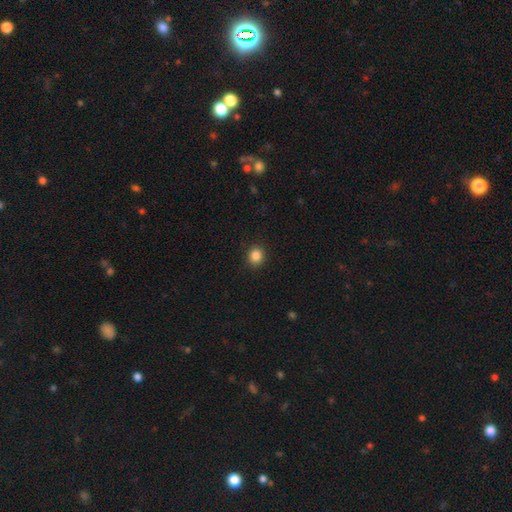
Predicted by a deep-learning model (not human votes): This is clearly a smooth galaxy (86%). How rounded: clearly round (83%). Merging: clearly none (91%).